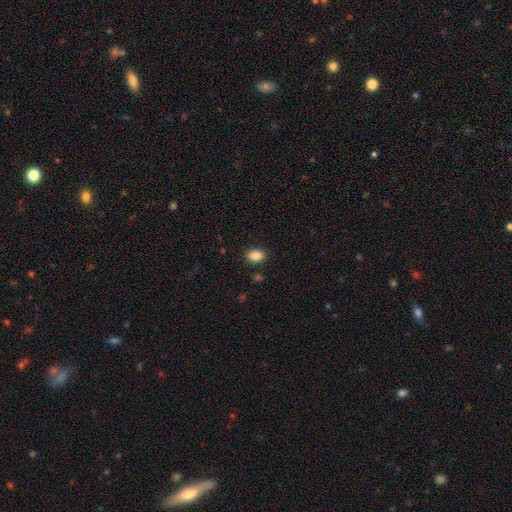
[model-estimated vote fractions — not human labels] Smooth or featured? Predicted: smooth (p=0.86). How rounded? Predicted: in between (p=0.85). Merging? Predicted: none (p=0.87).